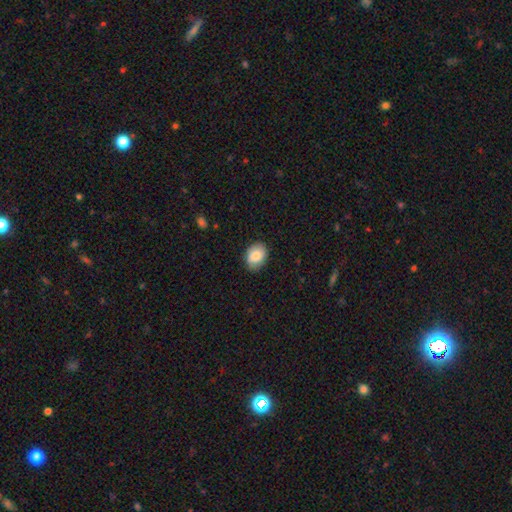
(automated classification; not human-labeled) This is clearly a smooth galaxy (85%). How rounded: likely in between (69%). Merging: clearly none (82%).